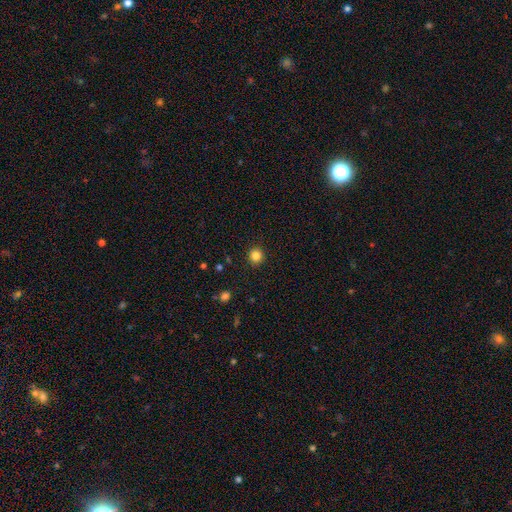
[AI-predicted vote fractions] The model was most divided on "smooth or featured": smooth: 84%, star or artifact: 12%, featured or disk: 4%. More confident: how rounded — round (93%); merging — none (92%).